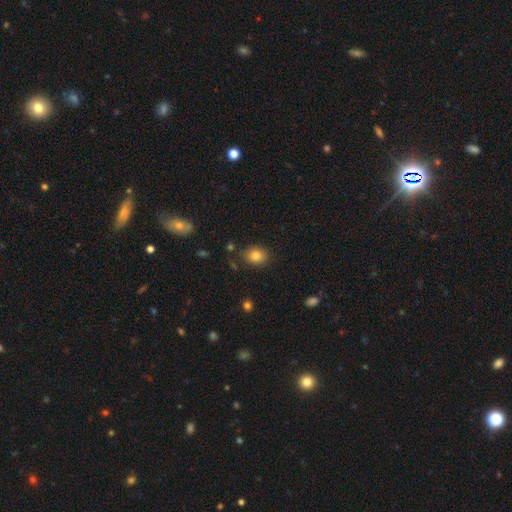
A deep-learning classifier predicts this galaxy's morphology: smooth 82%, star or artifact 10%, featured or disk 7%. Down the decision tree: how rounded — round (51%); merging — none (83%).